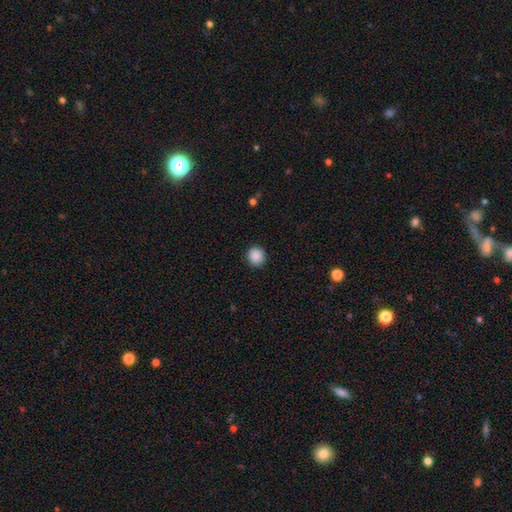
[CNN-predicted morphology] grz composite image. It shows a smooth galaxy with no disk features (89%) that is round (88%). Merging: none (91%).